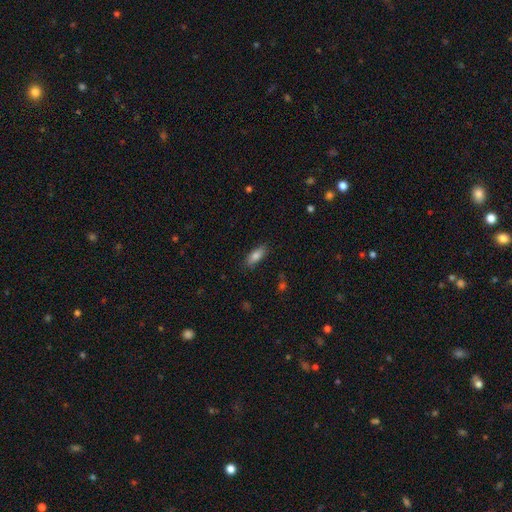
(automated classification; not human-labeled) Morphology: type=smooth (82%); roundness=in between (76%); merging=none (85%).